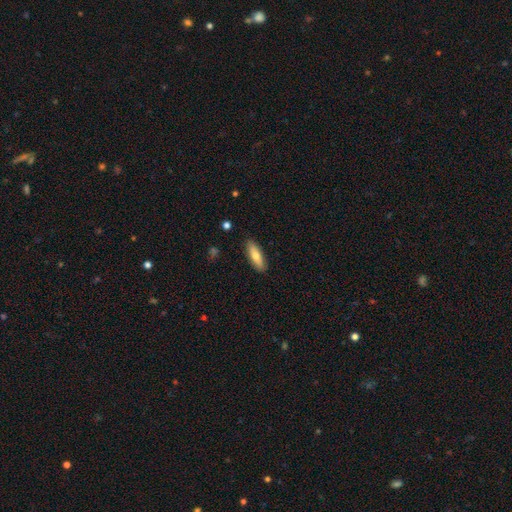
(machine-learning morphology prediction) Smooth or featured: smooth — 74% (featured or disk — 20%)
How rounded: in between — 50% (cigar-shaped — 48%)
Merging: none — 88% (minor disturbance — 9%)